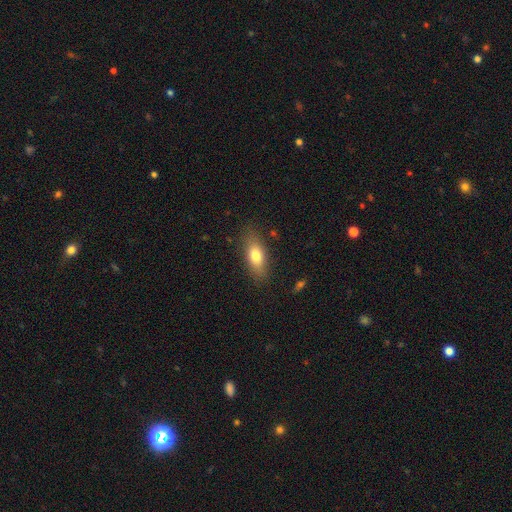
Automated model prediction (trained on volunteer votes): Q: Smooth or featured?
A: smooth (76%); runner-up: featured or disk (17%)
Q: How rounded?
A: in between (76%); runner-up: cigar-shaped (19%)
Q: Merging?
A: none (82%); runner-up: minor disturbance (13%)